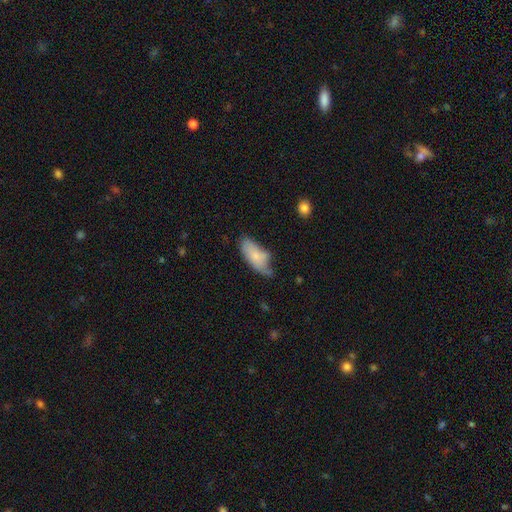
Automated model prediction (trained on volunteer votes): The model was most divided on "merging" (2-way tie): none: 40%, minor disturbance: 40%, major disturbance: 14%, merger: 6%. More confident: how rounded — in between (87%); smooth or featured — smooth (75%).